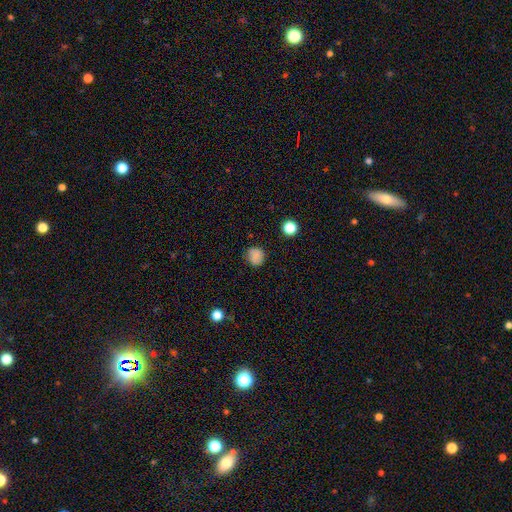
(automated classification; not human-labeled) Smooth or featured? smooth (80%)
How rounded? round (80%)
Merging? none (78%)